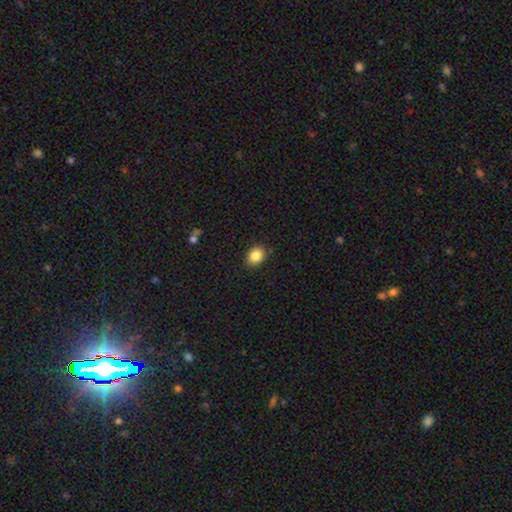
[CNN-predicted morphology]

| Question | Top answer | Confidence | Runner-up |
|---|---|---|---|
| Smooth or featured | smooth | 86% | star or artifact (9%) |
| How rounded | in between | 54% | round (45%) |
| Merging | none | 86% | minor disturbance (10%) |